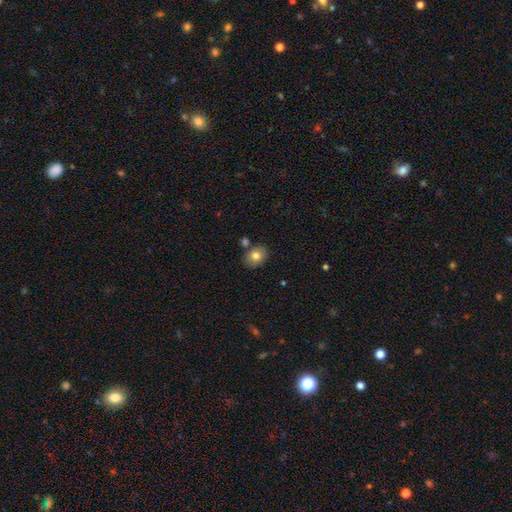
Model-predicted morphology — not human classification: smooth 79%, featured or disk 12%, star or artifact 9%. Down the decision tree: how rounded — in between (63%); merging — none (78%).